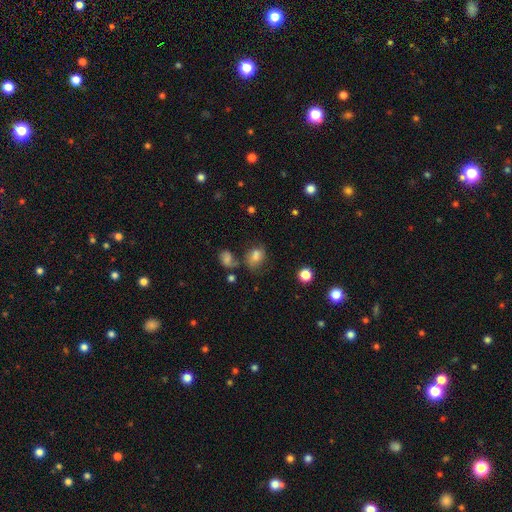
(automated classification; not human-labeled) Overall: smooth (70%). How rounded: in between (64%; round 34%). Merging: none (45%; minor disturbance 23%).